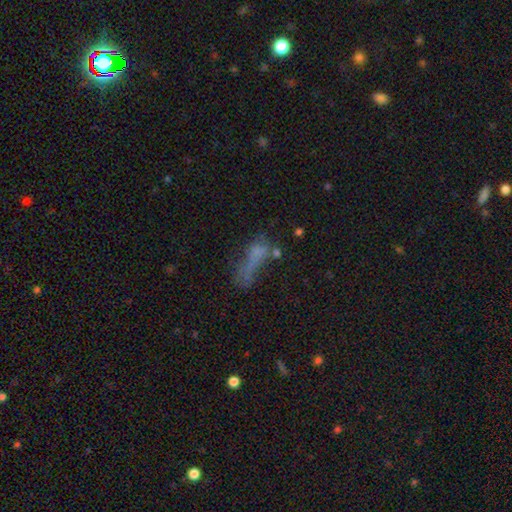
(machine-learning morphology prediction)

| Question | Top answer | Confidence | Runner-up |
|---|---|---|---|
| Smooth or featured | smooth | 54% | featured or disk (27%) |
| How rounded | in between | 47% | tied: cigar-shaped (47%) |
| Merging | major disturbance | 35% | none (29%) |